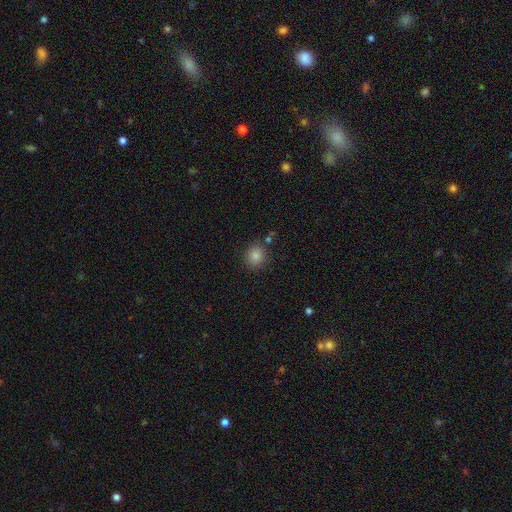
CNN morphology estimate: smooth 83%, star or artifact 11%, featured or disk 6%. Down the decision tree: how rounded — round (75%); merging — none (83%).